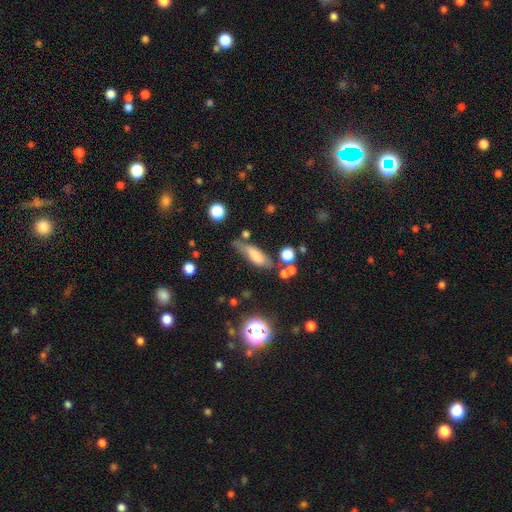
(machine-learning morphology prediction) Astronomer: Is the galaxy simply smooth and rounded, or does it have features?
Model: smooth — 66%.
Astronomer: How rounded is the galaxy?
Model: in between — 51% (runner-up: cigar-shaped, 46%).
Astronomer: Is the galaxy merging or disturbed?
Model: none — 53%.